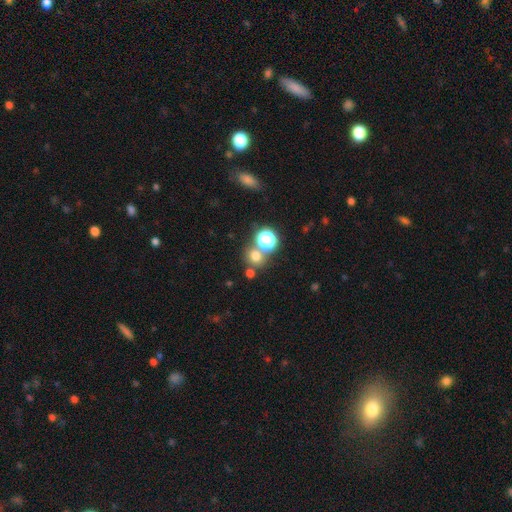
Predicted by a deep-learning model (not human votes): smooth 68%, star or artifact 24%, featured or disk 8%. Down the decision tree: how rounded — round (83%); merging — none (68%).